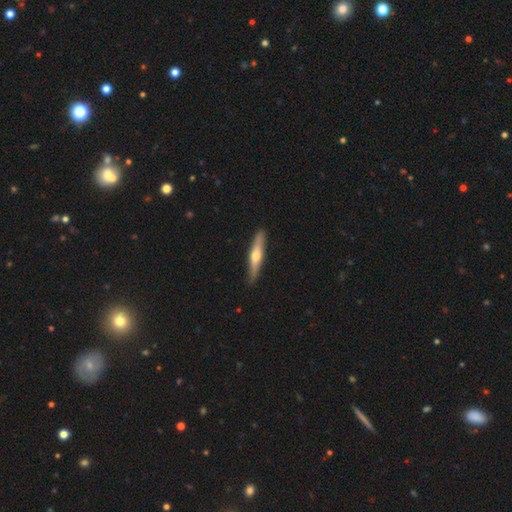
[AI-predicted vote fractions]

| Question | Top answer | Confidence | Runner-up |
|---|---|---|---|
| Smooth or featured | featured or disk | 56% | smooth (39%) |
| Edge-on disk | yes | 94% | no (6%) |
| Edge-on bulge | rounded | 90% | none (6%) |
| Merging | none | 90% | minor disturbance (8%) |